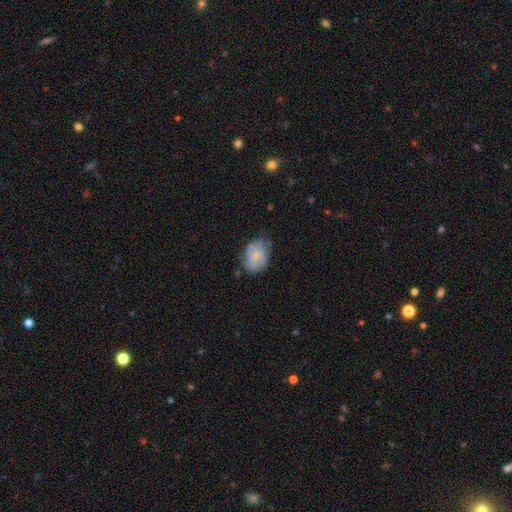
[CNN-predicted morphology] Smooth or featured: smooth — 57% (featured or disk — 36%)
How rounded: in between — 63% (round — 36%)
Merging: none — 56% (minor disturbance — 32%)